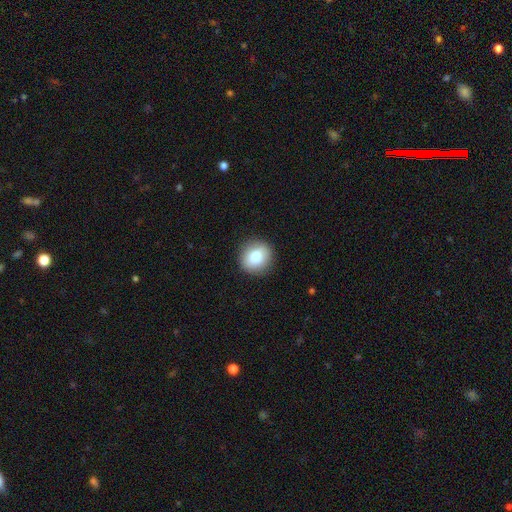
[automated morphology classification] A smooth galaxy with no disk features (82%) that is round (88%).

Vote fractions:
- Smooth or featured? smooth: 82% / featured or disk: 10% / star or artifact: 8%
- How rounded? round: 88% / in between: 11% / cigar-shaped: 1%
- Merging? none: 90% / minor disturbance: 7% / major disturbance: 2% / merger: 1%